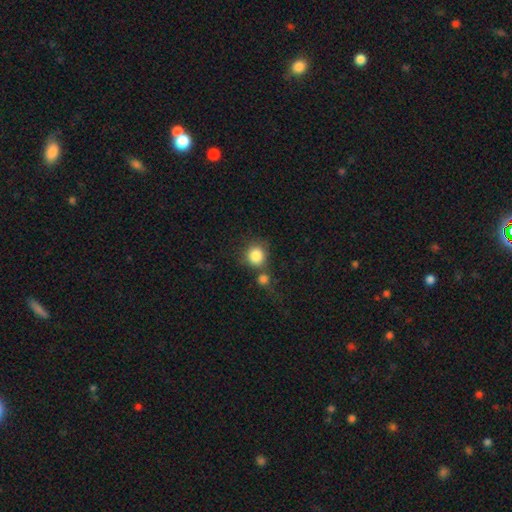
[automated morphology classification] Q: Smooth or featured?
A: smooth (86%); runner-up: star or artifact (9%)
Q: How rounded?
A: round (88%); runner-up: in between (11%)
Q: Merging?
A: none (59%); runner-up: merger (24%)